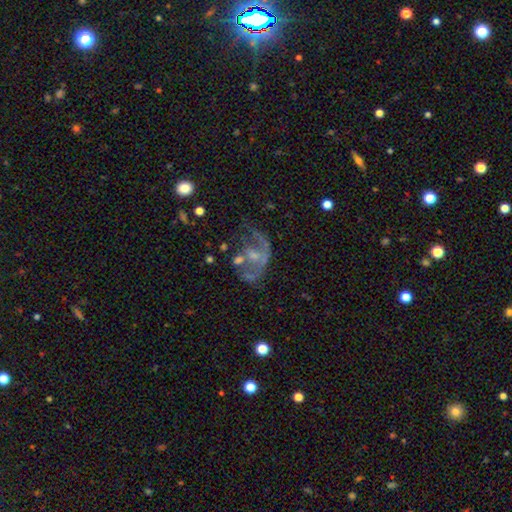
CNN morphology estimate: This is likely a featured or disk galaxy (69%). It is clearly not viewed edge-on (97%). Bar: likely no (69%). Spiral arm pattern: possibly yes (55%). Central bulge: marginally small (44%). Merging: marginally major disturbance (39%).